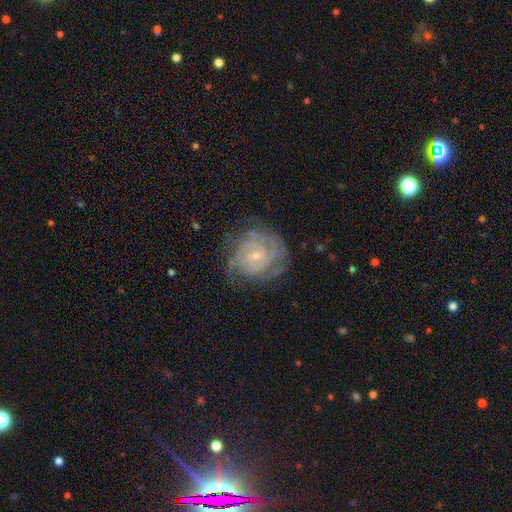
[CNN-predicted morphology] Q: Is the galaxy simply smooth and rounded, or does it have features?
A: featured or disk — 85%.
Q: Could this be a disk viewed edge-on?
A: no — 98%.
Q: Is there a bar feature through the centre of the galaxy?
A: no — 53%.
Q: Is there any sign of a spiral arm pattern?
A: yes — 96%.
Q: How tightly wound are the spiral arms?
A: tight — 75%.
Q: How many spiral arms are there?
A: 2 — 31%.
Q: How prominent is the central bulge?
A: small — 73%.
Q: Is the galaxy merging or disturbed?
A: none — 72%.